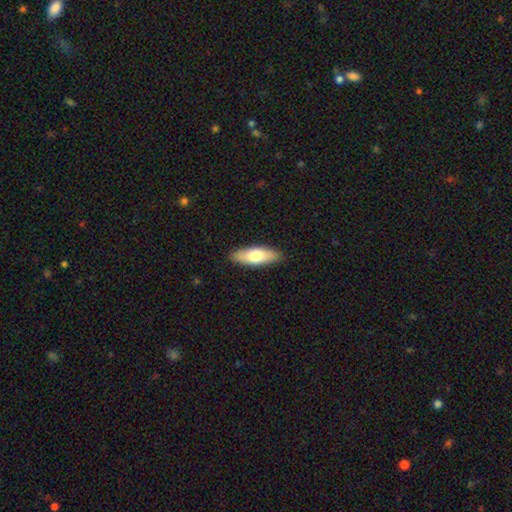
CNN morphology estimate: Q: Smooth or featured?
A: smooth (72%); runner-up: featured or disk (23%)
Q: How rounded?
A: in between (56%); runner-up: cigar-shaped (42%)
Q: Merging?
A: none (89%); runner-up: minor disturbance (9%)